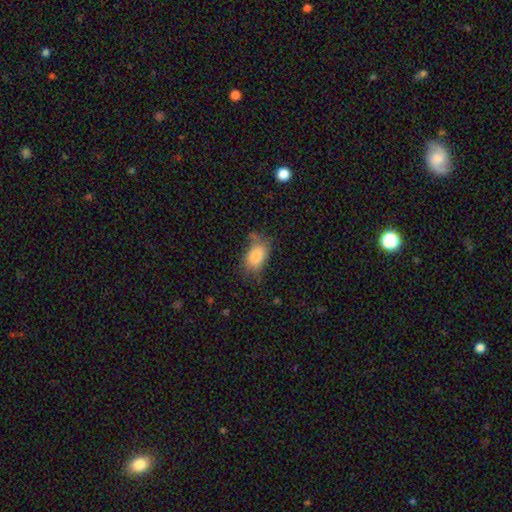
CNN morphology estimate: A smooth galaxy with no disk features (82%) that is in between round and cigar-shaped (86%).

Vote fractions:
- Smooth or featured? smooth: 82% / featured or disk: 10% / star or artifact: 8%
- How rounded? in between: 86% / round: 12% / cigar-shaped: 2%
- Merging? none: 54% / minor disturbance: 30% / major disturbance: 11% / merger: 5%